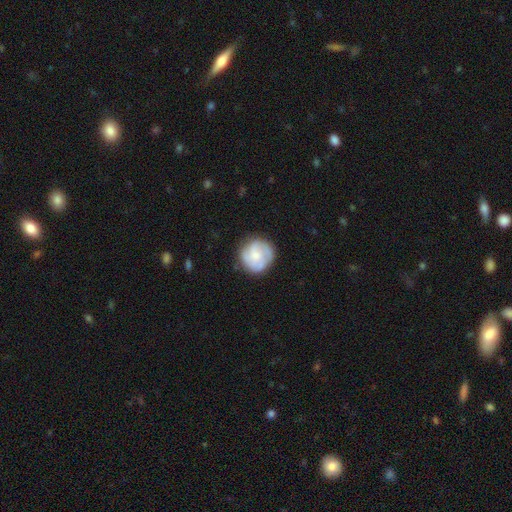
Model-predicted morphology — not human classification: smooth-or-featured: featured or disk: 47% (tied) | smooth: 47% (tied) | star or artifact: 6%
  merging: none: 76% | minor disturbance: 17% | major disturbance: 6% | merger: 2%